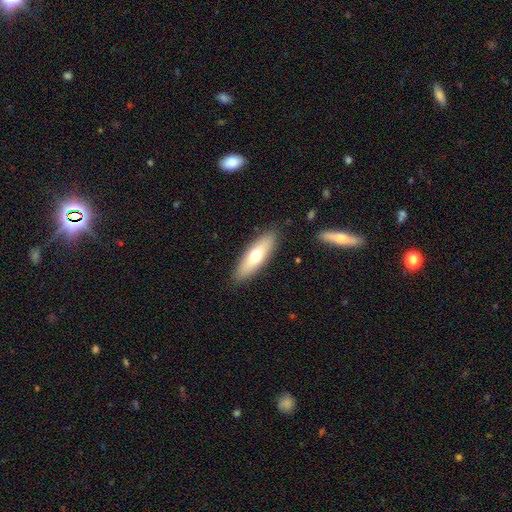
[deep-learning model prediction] Overall: smooth (63%; featured or disk 31%). How rounded: cigar-shaped (51%; in between 47%). Merging: none (88%).